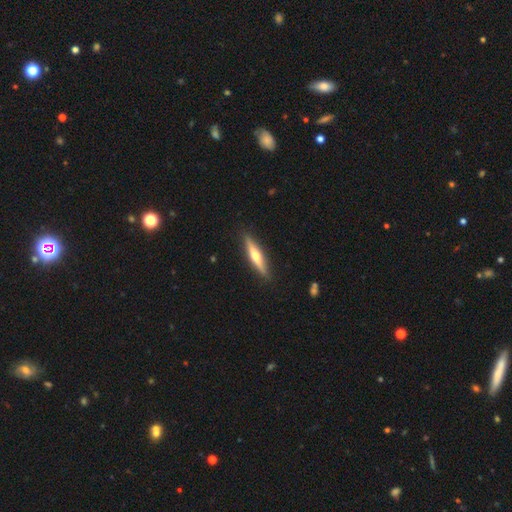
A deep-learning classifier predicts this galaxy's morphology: smooth_or_featured: featured or disk (p=0.66) [alt: smooth p=0.29]
disk_edge_on: yes (p=0.96) [alt: no p=0.04]
edge_on_bulge: rounded (p=0.93) [alt: none p=0.04]
merging: none (p=0.91) [alt: minor disturbance p=0.07]